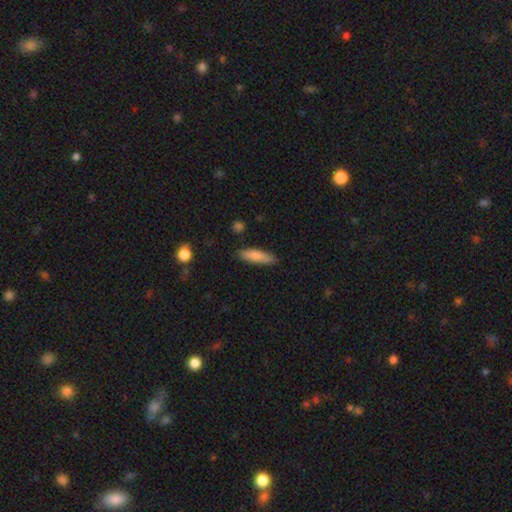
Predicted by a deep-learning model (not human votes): Smooth or featured? Predicted: smooth (p=0.81). How rounded? Predicted: cigar-shaped (p=0.68). Merging? Predicted: none (p=0.85).